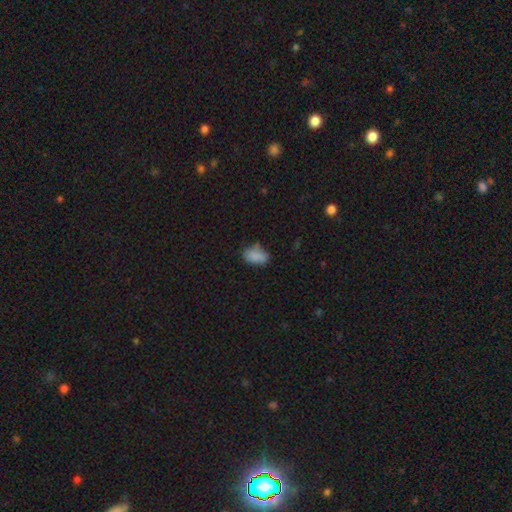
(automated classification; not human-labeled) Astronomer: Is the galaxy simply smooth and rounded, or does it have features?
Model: smooth — 83%.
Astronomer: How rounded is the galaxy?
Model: in between — 90%.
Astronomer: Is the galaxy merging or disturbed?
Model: none — 60%.